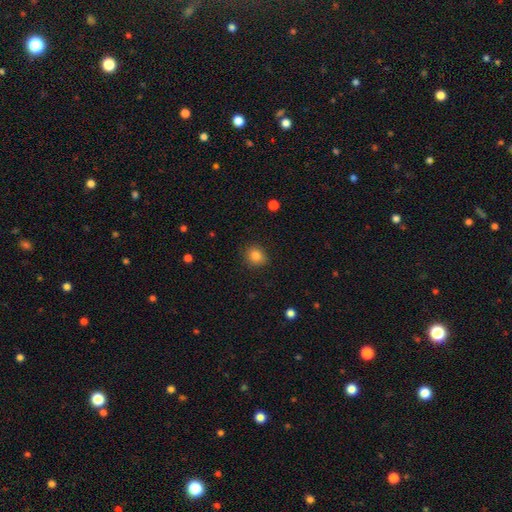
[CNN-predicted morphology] Overall: smooth (84%). How rounded: round (70%). Merging: none (85%).